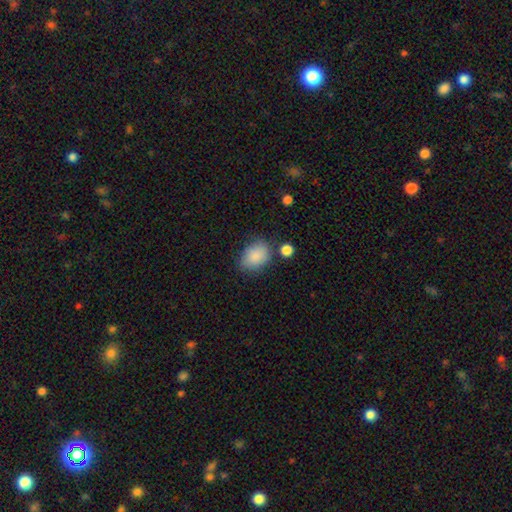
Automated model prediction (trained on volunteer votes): Morphology: type=smooth (87%); roundness=in between (79%); merging=none (71%).